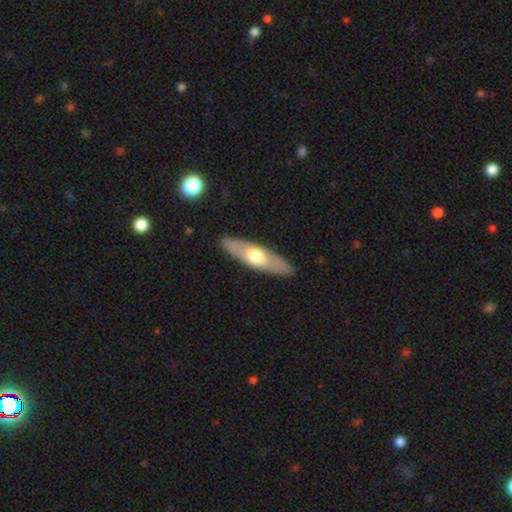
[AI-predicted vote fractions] smooth 51%, featured or disk 44%, star or artifact 5%. Down the decision tree: how rounded — cigar-shaped (57%); merging — none (89%).